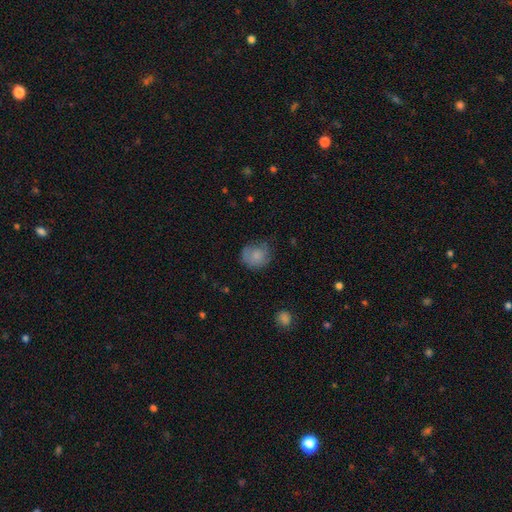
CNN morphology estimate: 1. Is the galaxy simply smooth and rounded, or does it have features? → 75% smooth, 16% featured or disk, 8% star or artifact.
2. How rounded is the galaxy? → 78% round, 21% in between, 1% cigar-shaped.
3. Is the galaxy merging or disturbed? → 58% none, 29% minor disturbance, 11% major disturbance, 2% merger.